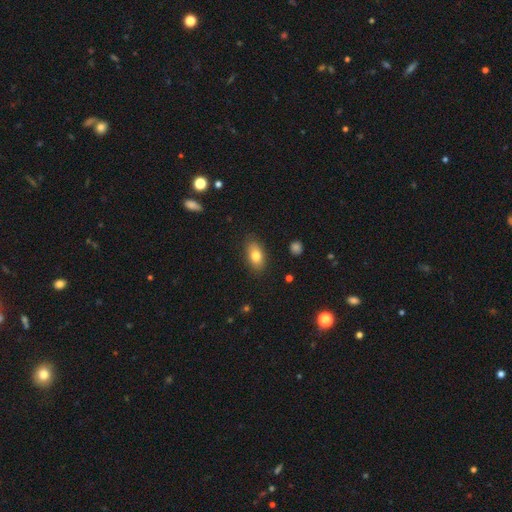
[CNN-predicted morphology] This is likely a smooth galaxy (79%). How rounded: clearly in between (89%). Merging: clearly none (85%).